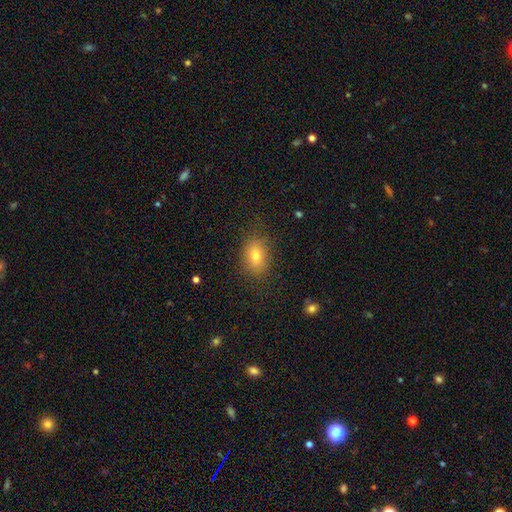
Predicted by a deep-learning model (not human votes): Smooth or featured: smooth — 76% (featured or disk — 12%)
How rounded: in between — 72% (round — 26%)
Merging: none — 81% (minor disturbance — 13%)